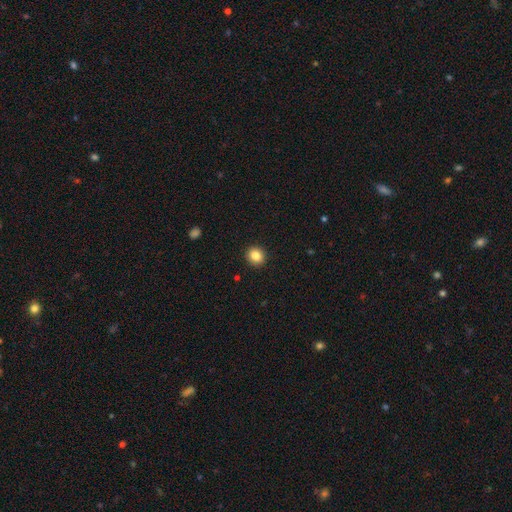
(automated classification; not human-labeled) This appears to be a smooth galaxy with no disk features (85%) that is round (82%). Merging: none (92%).